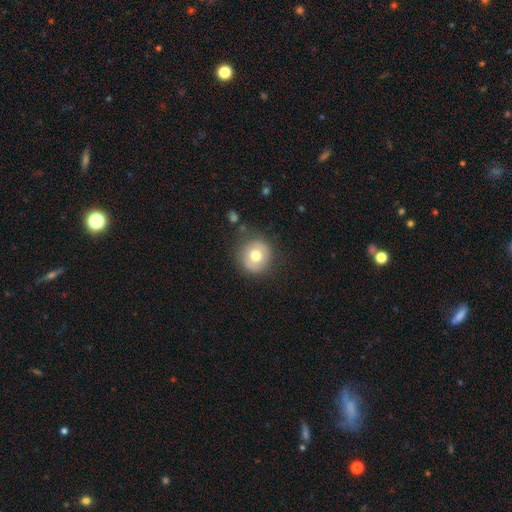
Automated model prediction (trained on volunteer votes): This appears to be a smooth galaxy with no disk features (67%) that is round (92%). Merging: none (81%).